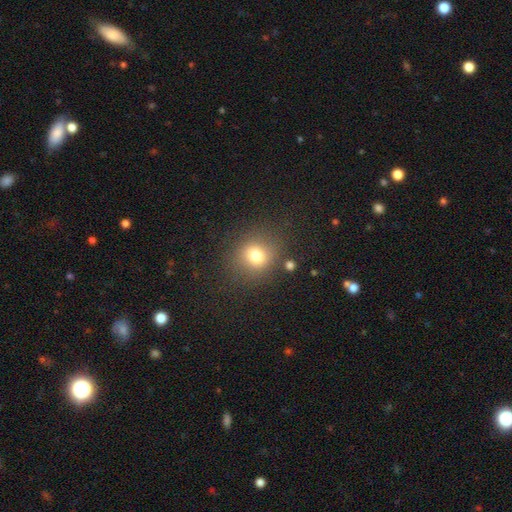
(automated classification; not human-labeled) smooth 76%, star or artifact 15%, featured or disk 9%. Down the decision tree: how rounded — round (79%); merging — none (80%).